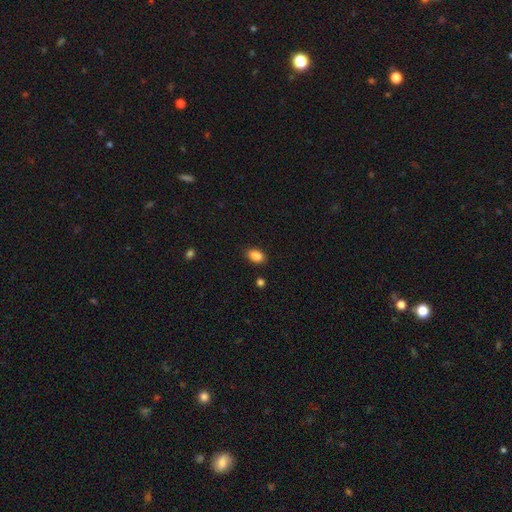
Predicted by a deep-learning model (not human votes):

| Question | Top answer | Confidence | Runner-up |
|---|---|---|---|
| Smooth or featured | smooth | 88% | star or artifact (9%) |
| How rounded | in between | 85% | round (13%) |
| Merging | none | 86% | minor disturbance (10%) |